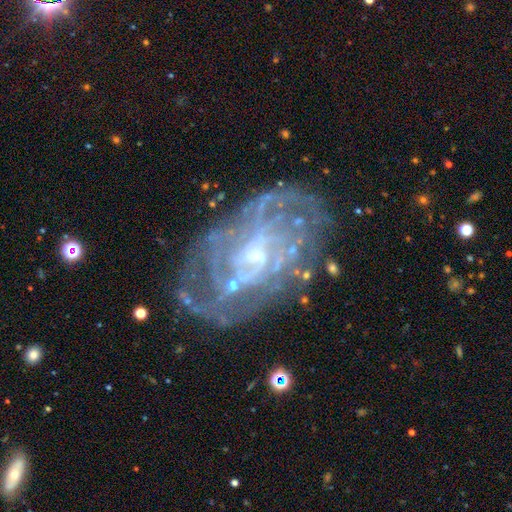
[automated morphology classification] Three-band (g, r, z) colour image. It shows a featured or disk galaxy (81%) with no bar (60%), tight (60%) spiral arms (77%) and a small central bulge (65%). Merging: none (68%).